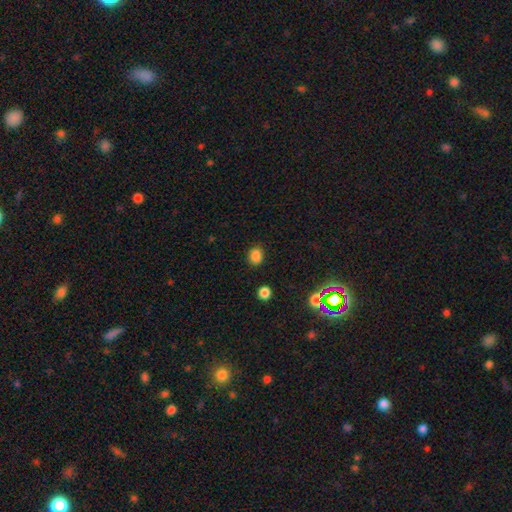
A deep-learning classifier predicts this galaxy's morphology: This is clearly a smooth galaxy (84%). How rounded: possibly in between (52%). Merging: clearly none (84%).